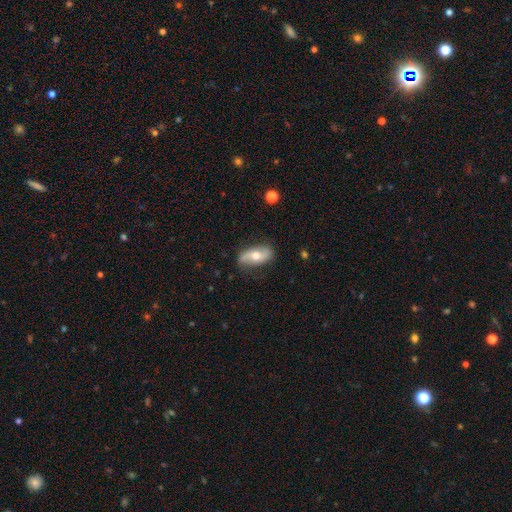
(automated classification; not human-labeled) A featured or disk galaxy (53%). Merging: none (78%).